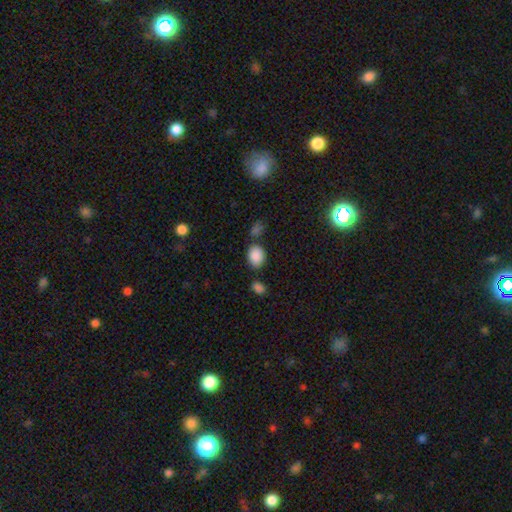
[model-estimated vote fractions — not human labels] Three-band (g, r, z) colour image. It shows a smooth galaxy with no disk features (88%) that is in between round and cigar-shaped (68%). Merging: none (72%).